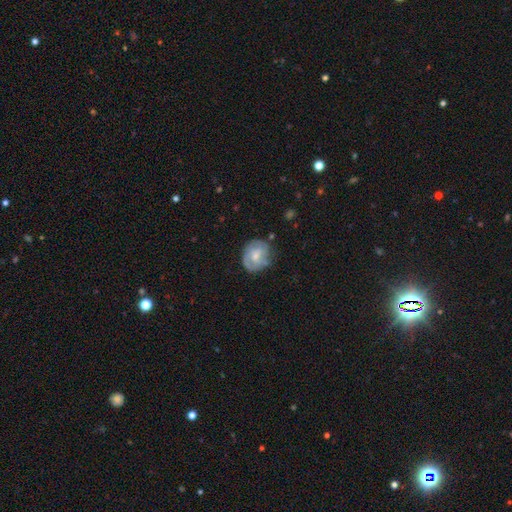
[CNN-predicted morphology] The model was most divided on "bulge size": moderate: 47%, small: 45%, none: 4%, large: 3%, dominant: 1%. More confident: edge-on disk — no (97%); spiral arms — yes (72%); merging — none (64%); bar — no (61%); smooth or featured — featured or disk (54%).